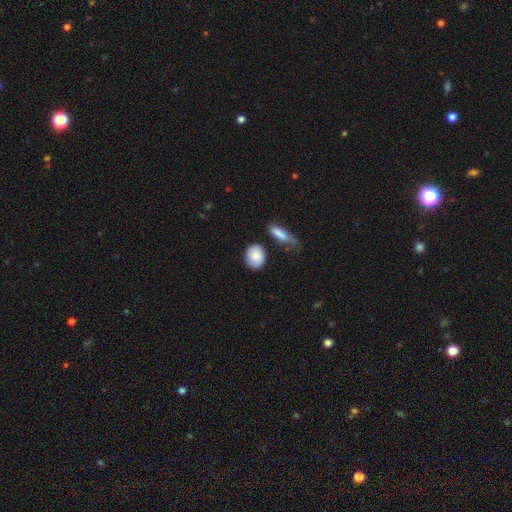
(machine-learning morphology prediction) A smooth galaxy with no disk features (85%) that is round (52%). Merging: none (72%).